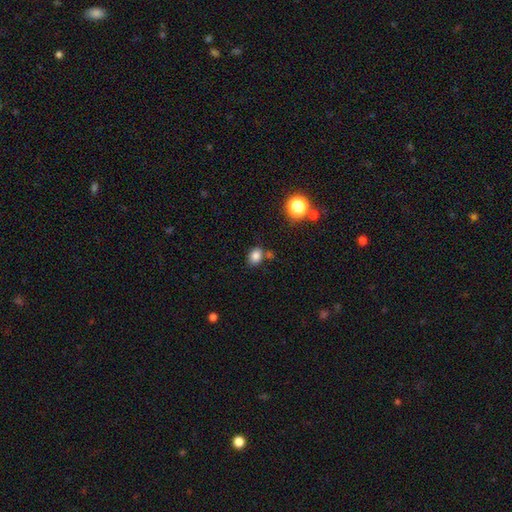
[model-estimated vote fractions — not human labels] A smooth galaxy with no disk features (82%) that is in between round and cigar-shaped (64%).

Vote fractions:
- Smooth or featured? smooth: 82% / star or artifact: 12% / featured or disk: 6%
- How rounded? in between: 64% / round: 35% / cigar-shaped: 1%
- Merging? none: 68% / minor disturbance: 15% / merger: 13% / major disturbance: 4%